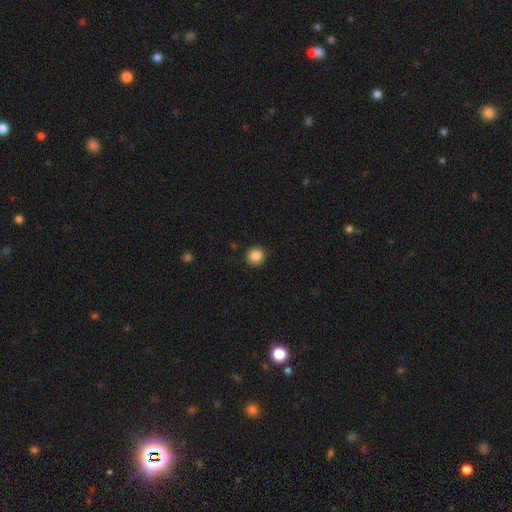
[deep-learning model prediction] A smooth galaxy with no disk features (85%) that is round (93%).

Vote fractions:
- Smooth or featured? smooth: 85% / star or artifact: 10% / featured or disk: 5%
- How rounded? round: 93% / in between: 6% / cigar-shaped: 1%
- Merging? none: 92% / minor disturbance: 5% / major disturbance: 2% / merger: 1%